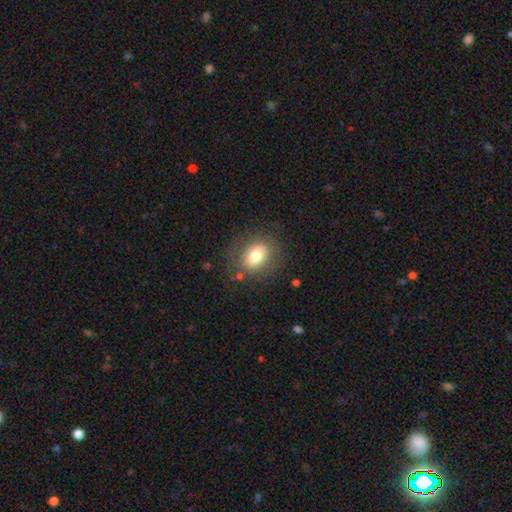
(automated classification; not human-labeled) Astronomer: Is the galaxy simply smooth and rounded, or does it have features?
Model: smooth — 72%.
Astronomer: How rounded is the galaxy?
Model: in between — 61% (runner-up: round, 38%).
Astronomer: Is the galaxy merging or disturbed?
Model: none — 78%.